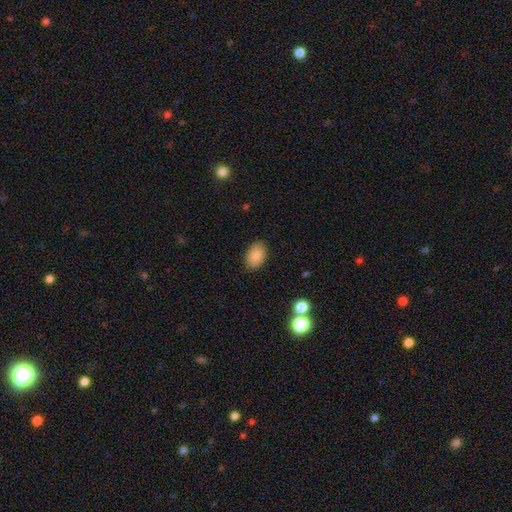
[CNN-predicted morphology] smooth_or_featured: smooth (p=0.88) [alt: star or artifact p=0.08]
how_rounded: in between (p=0.90) [alt: round p=0.09]
merging: none (p=0.87) [alt: minor disturbance p=0.10]